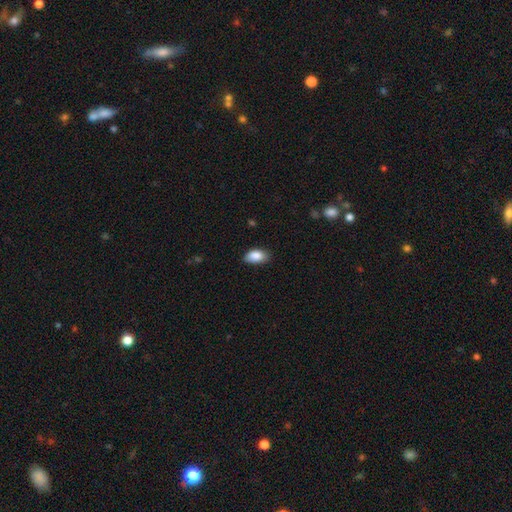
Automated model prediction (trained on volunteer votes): smooth-or-featured: smooth: 88% | star or artifact: 7% | featured or disk: 5%
  how-rounded: in between: 93% | round: 5% | cigar-shaped: 2%
  merging: none: 78% | minor disturbance: 18% | major disturbance: 3% | merger: 1%